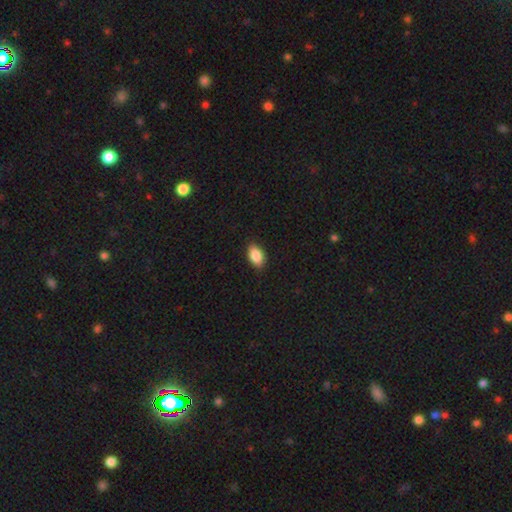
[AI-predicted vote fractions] This appears to be a smooth galaxy with no disk features (88%) that is in between round and cigar-shaped (90%). Merging: none (87%).